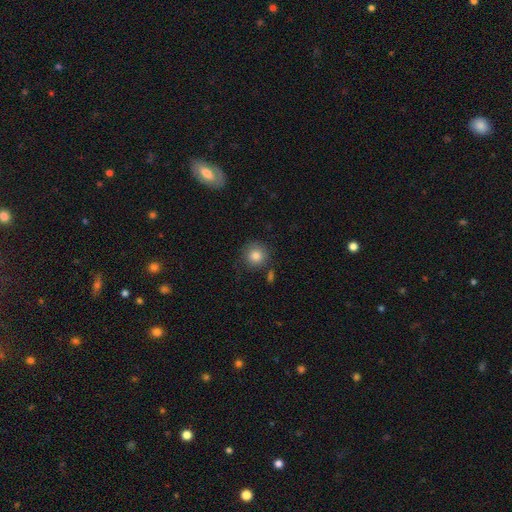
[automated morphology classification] type=smooth (84%); roundness=round (92%); merging=none (78%).